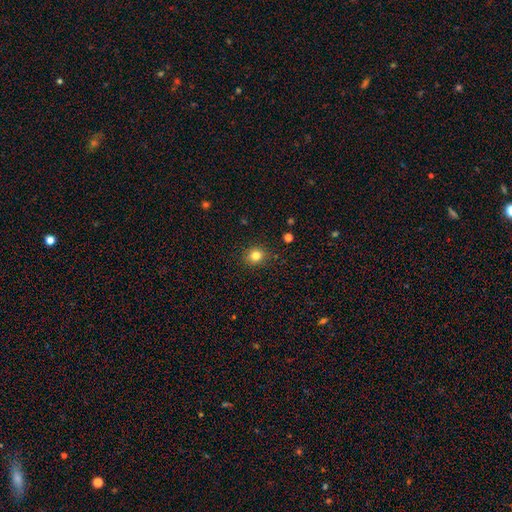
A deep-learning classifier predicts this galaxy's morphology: This appears to be a smooth galaxy with no disk features (81%) that is round (81%). Merging: none (88%).